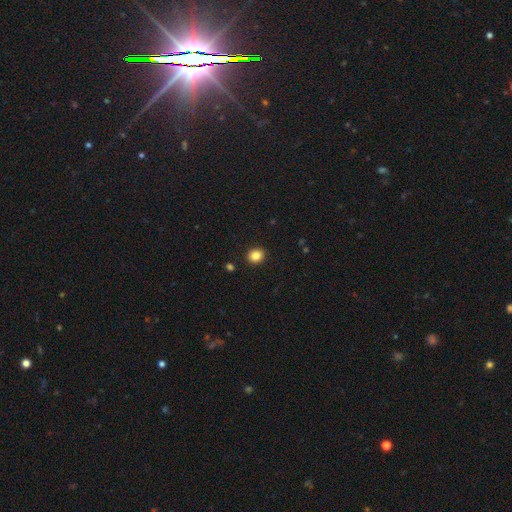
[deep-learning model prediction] Smooth or featured? smooth (85%)
How rounded? round (73%)
Merging? none (91%)